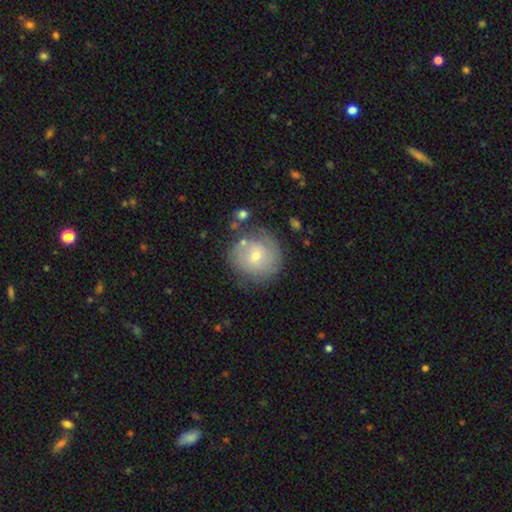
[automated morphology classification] The model was most divided on "smooth or featured": featured or disk: 52%, smooth: 40%, star or artifact: 7%. More confident: edge-on disk — no (97%); spiral arms — yes (74%); merging — none (67%); bar — no (65%); bulge size — small (61%).